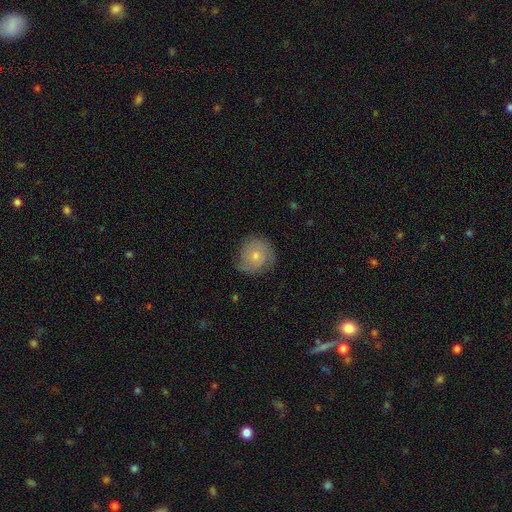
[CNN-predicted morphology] The model was most divided on "smooth or featured": smooth: 48%, featured or disk: 45%, star or artifact: 7%. More confident: merging — none (71%).